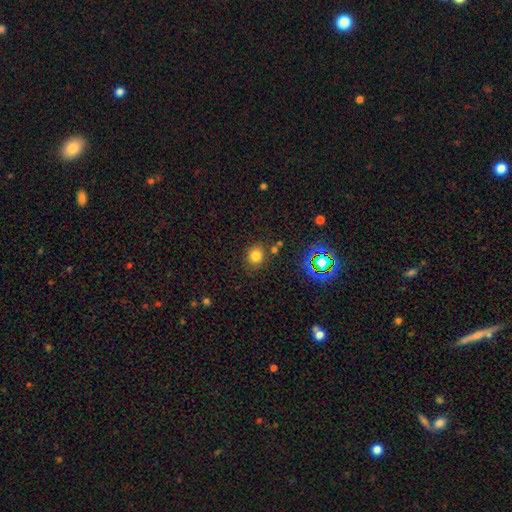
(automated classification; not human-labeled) smooth-or-featured: smooth: 75% | star or artifact: 18% | featured or disk: 7%
  how-rounded: round: 81% | in between: 18% | cigar-shaped: 1%
  merging: none: 81% | minor disturbance: 10% | merger: 6% | major disturbance: 3%